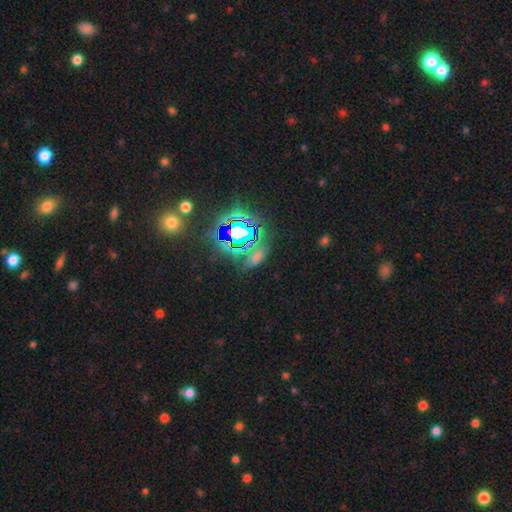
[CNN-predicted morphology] Smooth or featured? star or artifact (57%)